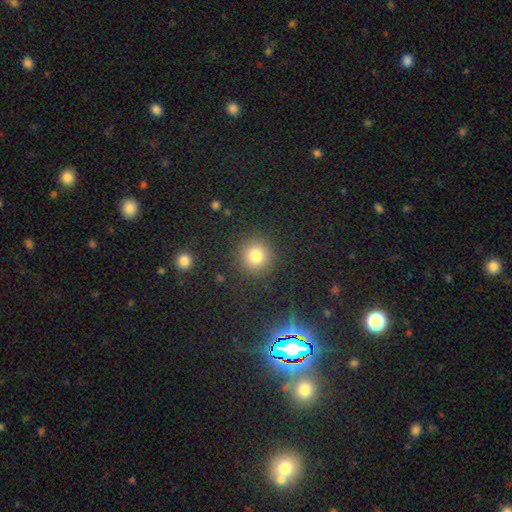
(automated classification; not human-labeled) A smooth galaxy with no disk features (79%) that is round (92%).

Vote fractions:
- Smooth or featured? smooth: 79% / star or artifact: 15% / featured or disk: 7%
- How rounded? round: 92% / in between: 7% / cigar-shaped: 1%
- Merging? none: 88% / minor disturbance: 7% / major disturbance: 3% / merger: 2%